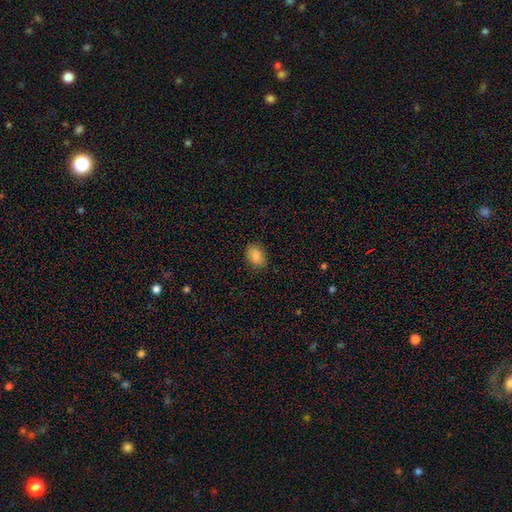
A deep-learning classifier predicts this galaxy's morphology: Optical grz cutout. It shows a smooth galaxy with no disk features (87%) that is in between round and cigar-shaped (78%). Merging: none (87%).